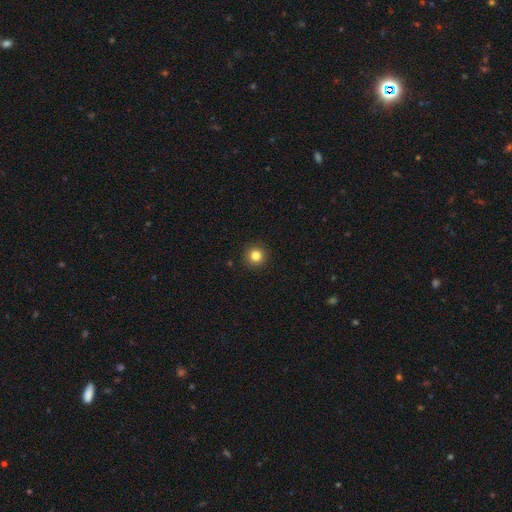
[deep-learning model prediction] smooth_or_featured: smooth (p=0.83) [alt: star or artifact p=0.12]
how_rounded: round (p=0.95) [alt: in between p=0.04]
merging: none (p=0.93) [alt: minor disturbance p=0.05]